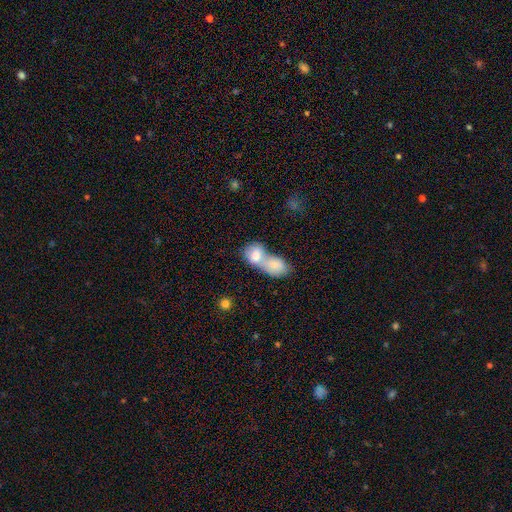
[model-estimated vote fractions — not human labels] Smooth or featured?
  - smooth: 74% *
  - featured or disk: 20%
  - star or artifact: 6%
How rounded?
  - in between: 67% *
  - round: 30%
  - cigar-shaped: 3%
Merging?
  - merger: 81% *
  - none: 12%
  - minor disturbance: 4%
  - major disturbance: 3%